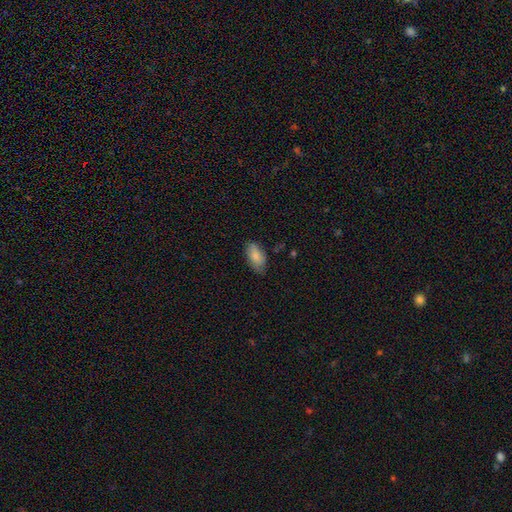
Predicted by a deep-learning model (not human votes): A smooth galaxy with no disk features (83%) that is in between round and cigar-shaped (92%).

Vote fractions:
- Smooth or featured? smooth: 83% / featured or disk: 10% / star or artifact: 6%
- How rounded? in between: 92% / cigar-shaped: 5% / round: 3%
- Merging? none: 77% / minor disturbance: 19% / major disturbance: 3% / merger: 1%